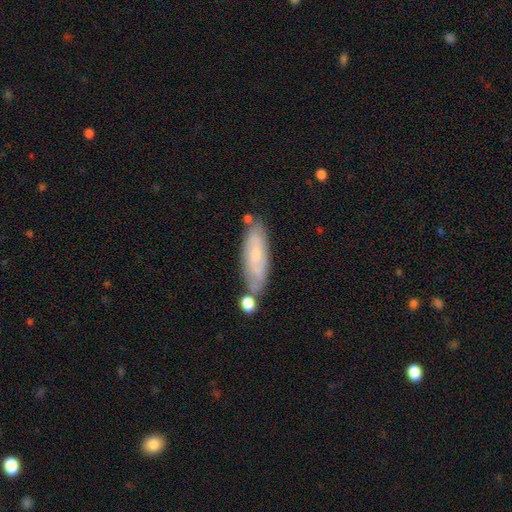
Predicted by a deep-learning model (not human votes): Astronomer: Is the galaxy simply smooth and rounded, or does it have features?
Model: featured or disk — 49% (runner-up: smooth, 44%).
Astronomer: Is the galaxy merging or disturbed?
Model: none — 64%.